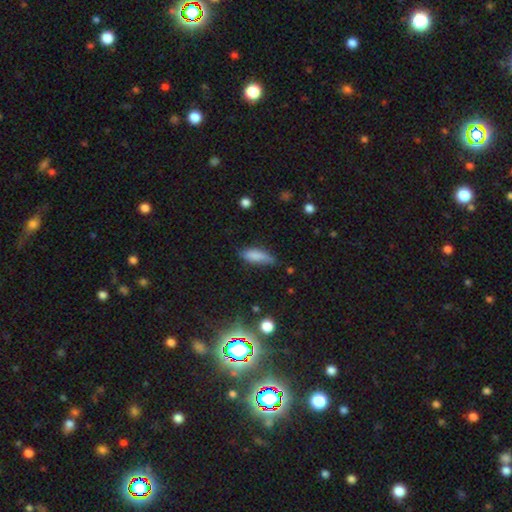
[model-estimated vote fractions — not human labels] This is likely a smooth galaxy (79%). How rounded: possibly in between (56%). Merging: possibly none (57%).